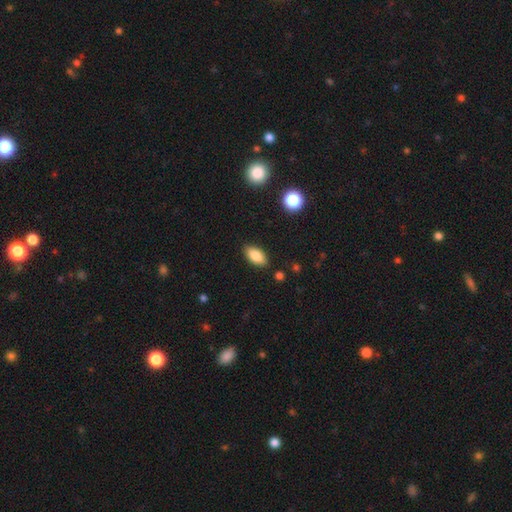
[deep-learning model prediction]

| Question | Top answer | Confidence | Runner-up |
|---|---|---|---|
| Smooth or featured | smooth | 83% | featured or disk (9%) |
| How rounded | in between | 89% | cigar-shaped (7%) |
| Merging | none | 87% | minor disturbance (10%) |